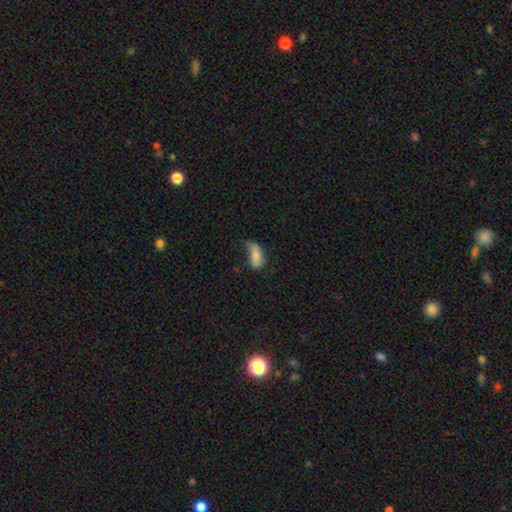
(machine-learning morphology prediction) Overall: smooth (72%). How rounded: in between (89%). Merging: minor disturbance (38%; major disturbance 31%).